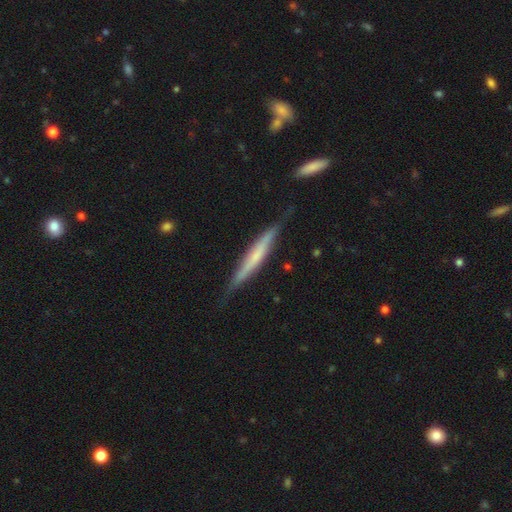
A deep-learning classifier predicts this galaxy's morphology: Smooth or featured? featured or disk (53%)
Edge-on disk? yes (94%)
Merging? none (76%)